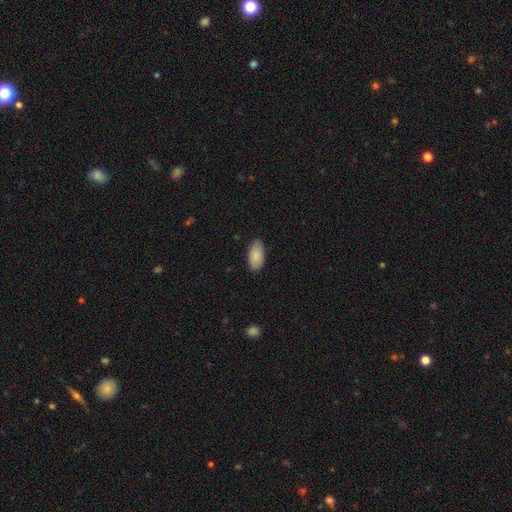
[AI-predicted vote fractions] smooth-or-featured: smooth: 87% | featured or disk: 7% | star or artifact: 6%
  how-rounded: in between: 94% | cigar-shaped: 4% | round: 2%
  merging: none: 83% | minor disturbance: 14% | major disturbance: 2% | merger: 1%